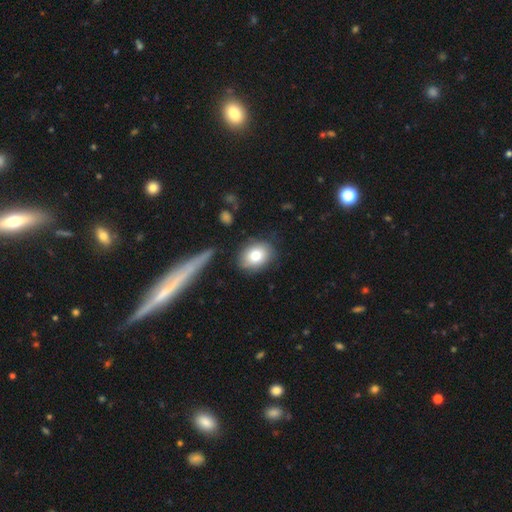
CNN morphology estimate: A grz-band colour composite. It shows a smooth galaxy with no disk features (78%) that is in between round and cigar-shaped (56%). Merging: none (82%).